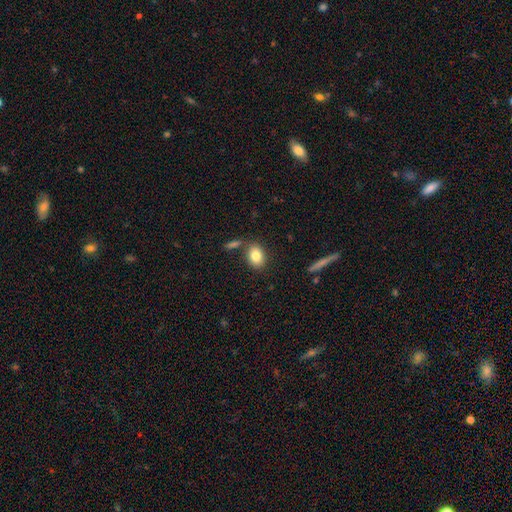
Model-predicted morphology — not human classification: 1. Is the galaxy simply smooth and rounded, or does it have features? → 83% smooth, 9% featured or disk, 8% star or artifact.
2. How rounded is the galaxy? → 76% in between, 22% round, 2% cigar-shaped.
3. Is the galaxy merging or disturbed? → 77% none, 11% minor disturbance, 9% merger, 3% major disturbance.